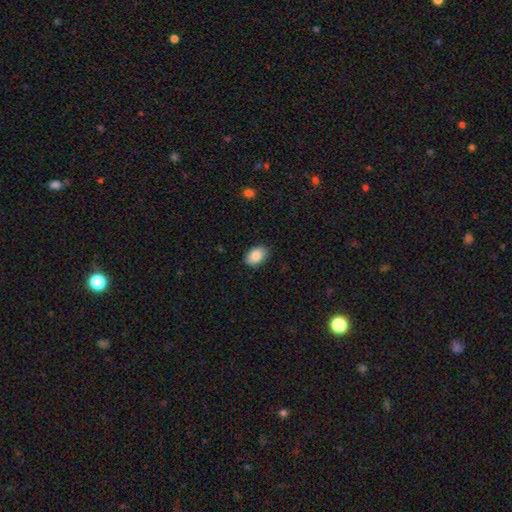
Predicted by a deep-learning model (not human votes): smooth_or_featured: smooth (p=0.87) [alt: star or artifact p=0.07]
how_rounded: in between (p=0.87) [alt: round p=0.12]
merging: none (p=0.85) [alt: minor disturbance p=0.12]